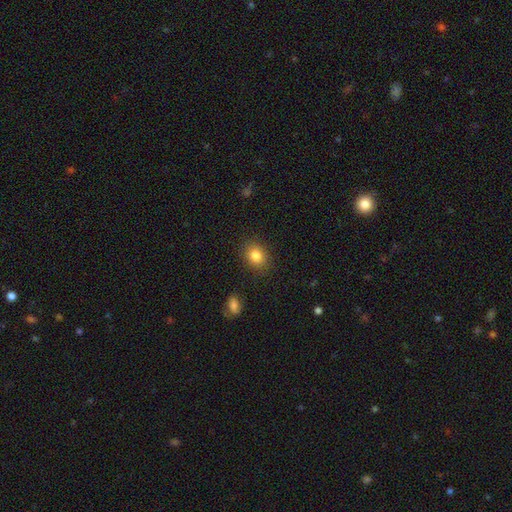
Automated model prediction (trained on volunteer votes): smooth_or_featured: smooth (p=0.83) [alt: star or artifact p=0.10]
how_rounded: round (p=0.51) [alt: in between p=0.48]
merging: none (p=0.86) [alt: minor disturbance p=0.09]